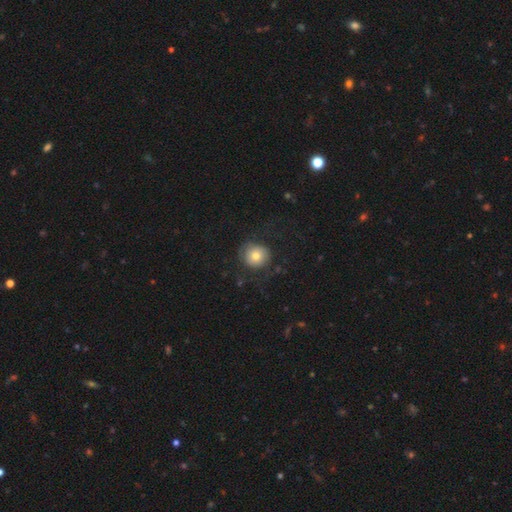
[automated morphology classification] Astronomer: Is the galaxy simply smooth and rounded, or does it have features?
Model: smooth — 71%.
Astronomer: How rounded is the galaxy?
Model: round — 90%.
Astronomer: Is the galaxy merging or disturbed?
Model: none — 66%.